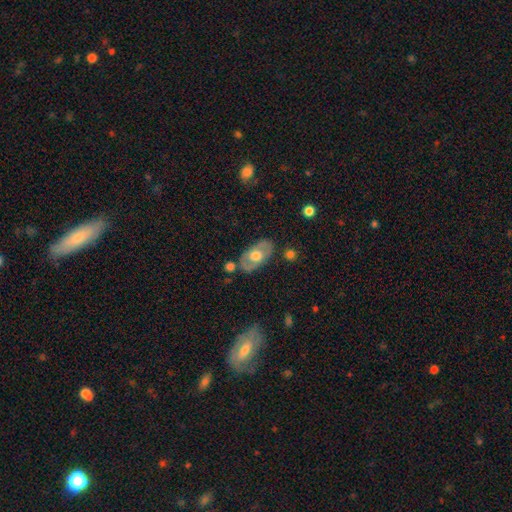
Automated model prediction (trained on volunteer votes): A featured or disk galaxy (53%).

Vote fractions:
- Smooth or featured? featured or disk: 53% / smooth: 42% / star or artifact: 5%
- Edge-on disk? no: 86% / yes: 14%
- Merging? none: 77% / minor disturbance: 15% / merger: 4% / major disturbance: 4%